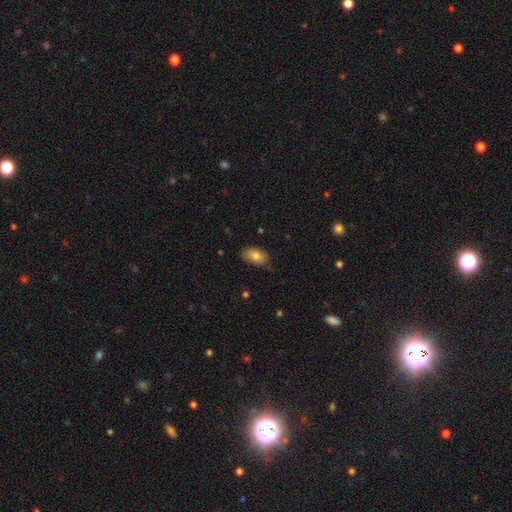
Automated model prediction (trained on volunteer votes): Morphology: type=smooth (83%); roundness=in between (92%); merging=none (79%).